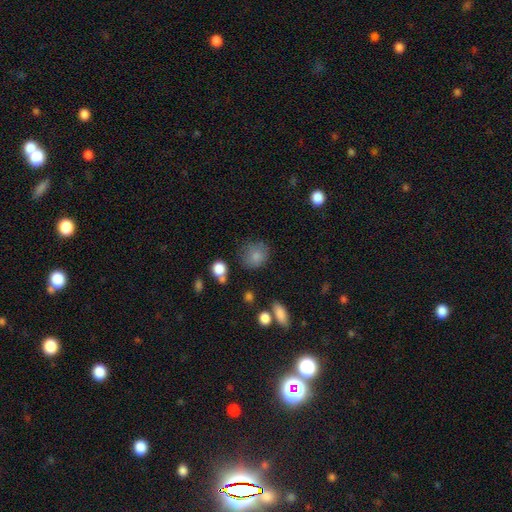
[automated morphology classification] smooth-or-featured: smooth: 83% | star or artifact: 10% | featured or disk: 7%
  how-rounded: round: 78% | in between: 21% | cigar-shaped: 1%
  merging: none: 68% | minor disturbance: 20% | major disturbance: 7% | merger: 5%